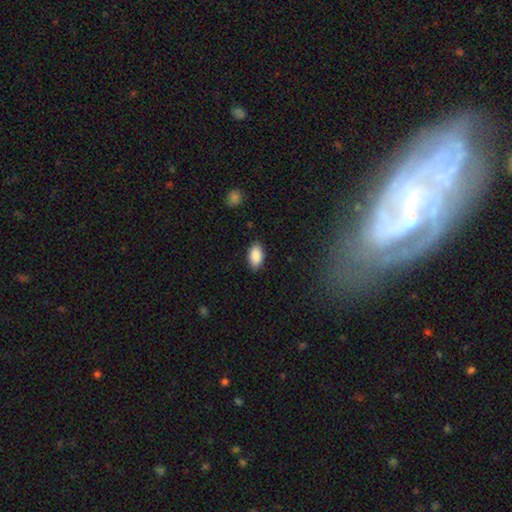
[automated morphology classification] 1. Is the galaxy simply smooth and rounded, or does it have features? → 89% smooth, 7% star or artifact, 4% featured or disk.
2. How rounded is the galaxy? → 94% in between, 4% round, 2% cigar-shaped.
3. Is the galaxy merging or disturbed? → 85% none, 11% minor disturbance, 2% major disturbance, 1% merger.